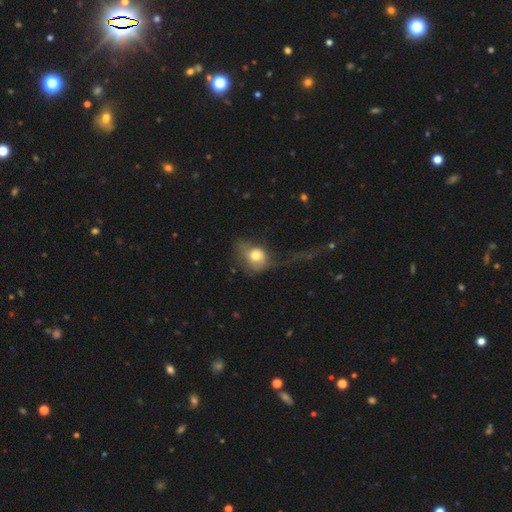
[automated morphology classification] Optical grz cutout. It shows a smooth galaxy with no disk features (67%) that is round (52%). Merging: major disturbance (56%).